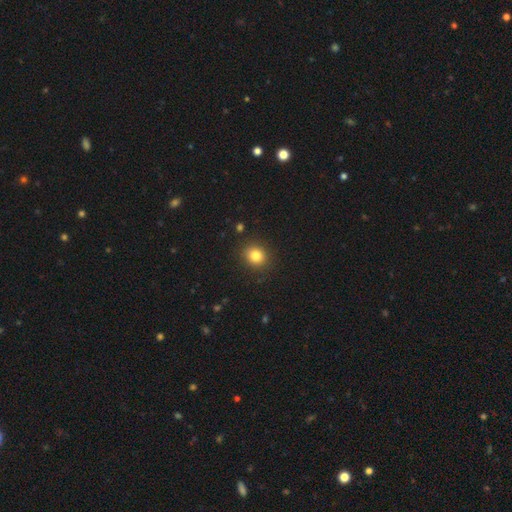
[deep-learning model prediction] A smooth galaxy with no disk features (83%) that is round (78%).

Vote fractions:
- Smooth or featured? smooth: 83% / star or artifact: 11% / featured or disk: 6%
- How rounded? round: 78% / in between: 21% / cigar-shaped: 1%
- Merging? none: 89% / minor disturbance: 7% / major disturbance: 2% / merger: 1%